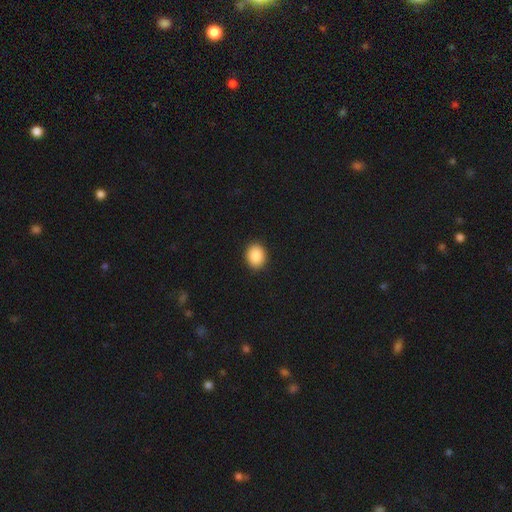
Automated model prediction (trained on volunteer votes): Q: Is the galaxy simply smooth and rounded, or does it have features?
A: smooth — 89%.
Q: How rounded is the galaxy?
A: round — 60%.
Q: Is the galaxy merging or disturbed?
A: none — 91%.